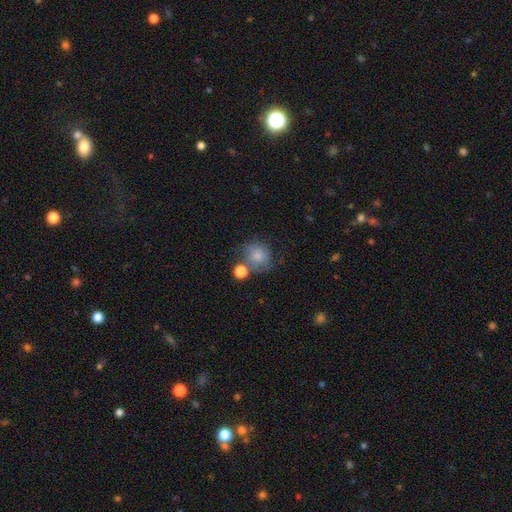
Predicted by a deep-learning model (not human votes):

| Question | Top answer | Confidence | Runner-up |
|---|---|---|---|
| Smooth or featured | smooth | 59% | featured or disk (23%) |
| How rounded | round | 81% | in between (17%) |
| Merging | none | 58% | minor disturbance (19%) |